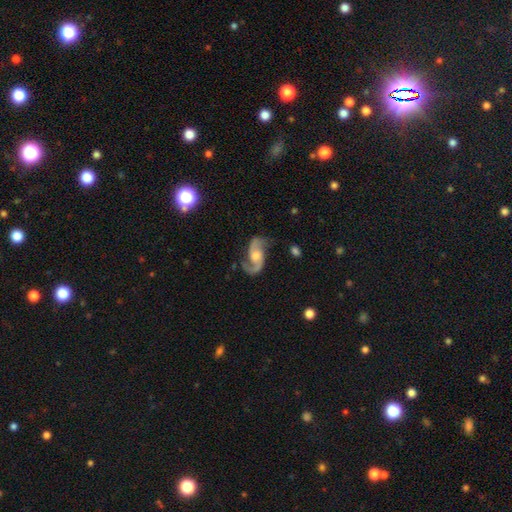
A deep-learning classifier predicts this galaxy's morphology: smooth_or_featured: featured or disk (p=0.89) [alt: smooth p=0.06]
disk_edge_on: no (p=0.97) [alt: yes p=0.03]
bar: no (p=0.57) [alt: weak p=0.35]
has_spiral_arms: yes (p=0.97) [alt: no p=0.03]
spiral_winding: loose (p=0.49) [alt: medium p=0.42]
spiral_arm_count: 2 (p=0.92) [alt: 1 p=0.03]
bulge_size: moderate (p=0.62) [alt: small p=0.21]
merging: none (p=0.72) [alt: minor disturbance p=0.17]